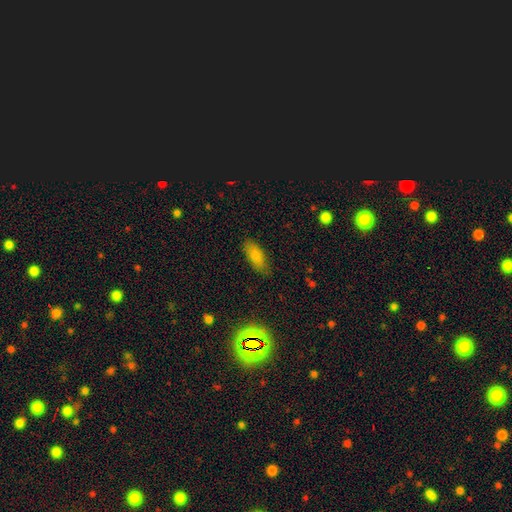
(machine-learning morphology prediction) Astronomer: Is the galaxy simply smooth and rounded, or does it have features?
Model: smooth — 82%.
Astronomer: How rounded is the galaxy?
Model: in between — 81%.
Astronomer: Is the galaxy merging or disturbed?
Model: none — 80%.